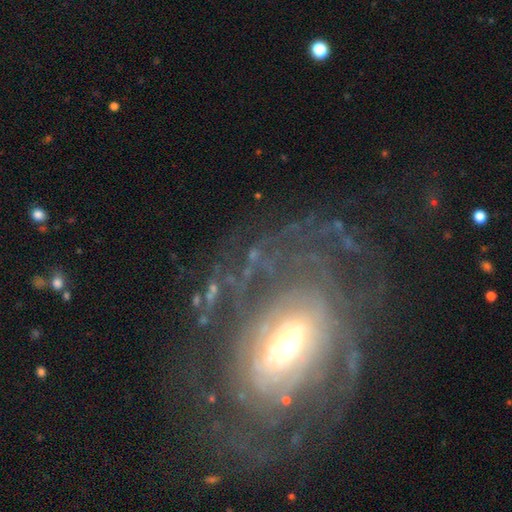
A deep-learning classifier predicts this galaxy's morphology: A featured or disk galaxy (81%) with no bar (43%), tight (63%) spiral arms (85%) and a moderate central bulge (52%). Merging: none (62%).